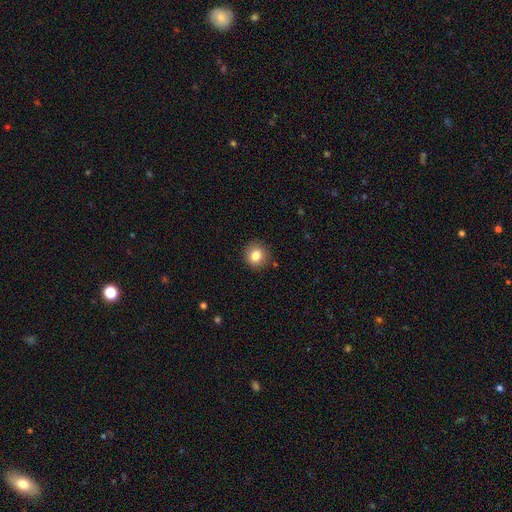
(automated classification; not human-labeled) Morphology: type=smooth (83%); roundness=round (90%); merging=none (89%).